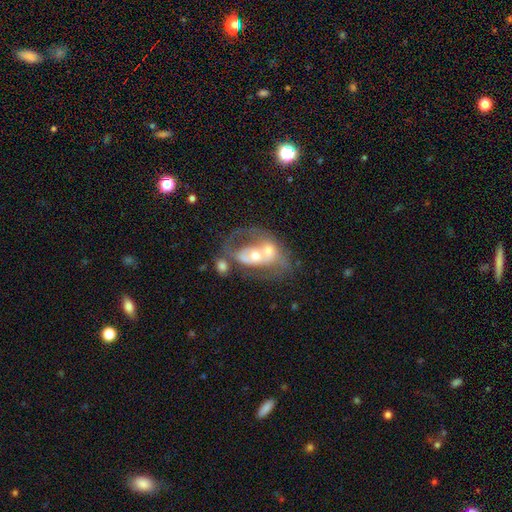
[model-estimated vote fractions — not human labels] A featured or disk galaxy (63%) with no bar (79%), no spiral arms (60%) and a moderate central bulge (61%). Merging: merger (69%).